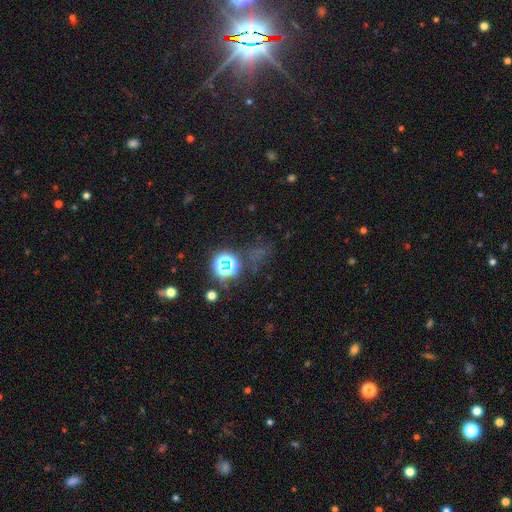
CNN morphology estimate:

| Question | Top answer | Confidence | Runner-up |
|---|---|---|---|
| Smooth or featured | star or artifact | 68% | smooth (24%) |